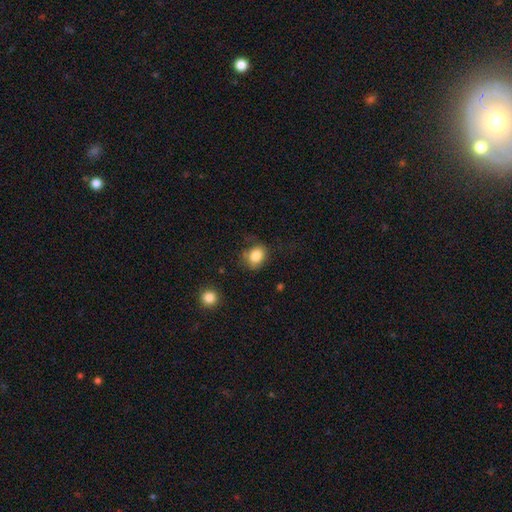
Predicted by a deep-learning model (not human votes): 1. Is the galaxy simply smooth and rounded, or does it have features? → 83% smooth, 9% star or artifact, 7% featured or disk.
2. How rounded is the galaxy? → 53% round, 46% in between, 1% cigar-shaped.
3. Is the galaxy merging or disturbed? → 61% none, 26% minor disturbance, 11% major disturbance, 3% merger.